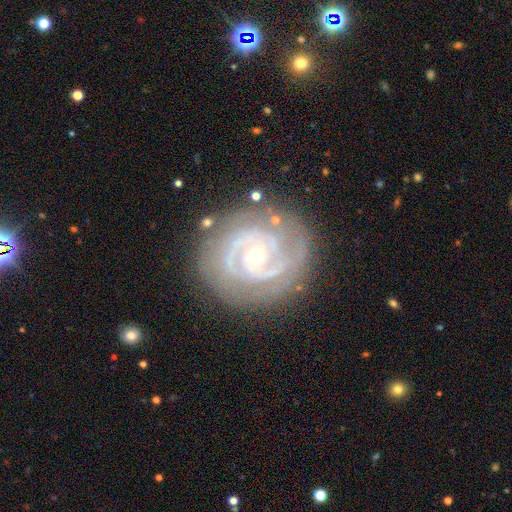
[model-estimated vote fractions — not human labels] Smooth or featured?
  - featured or disk: 88% *
  - smooth: 6%
  - star or artifact: 5%
Edge-on disk?
  - no: 97% *
  - yes: 3%
Bar?
  - no: 64% *
  - weak: 25%
  - strong: 11%
Spiral arms?
  - yes: 95% *
  - no: 5%
Spiral winding?
  - tight: 69% *
  - medium: 26%
  - loose: 5%
Spiral arm count?
  - 2: 56% *
  - 3: 18%
  - can't tell: 14%
  - 4: 5%
  - 1: 4%
  - more than 4: 4%
Bulge size?
  - small: 72% *
  - moderate: 25%
  - large: 1%
  - none: 1%
  - dominant: 1%
Merging?
  - none: 79% *
  - minor disturbance: 14%
  - major disturbance: 6%
  - merger: 2%